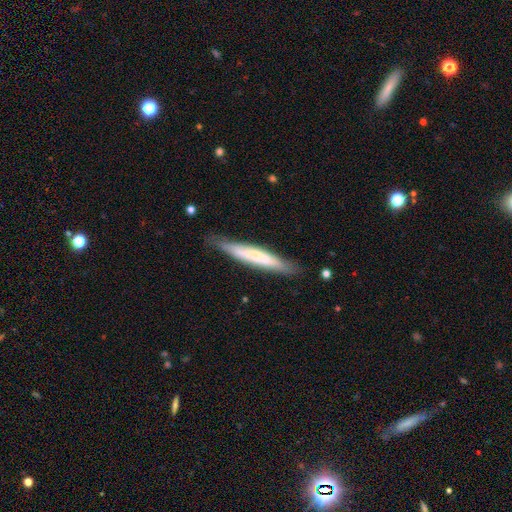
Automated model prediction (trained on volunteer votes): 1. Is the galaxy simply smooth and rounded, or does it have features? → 53% smooth, 41% featured or disk, 6% star or artifact.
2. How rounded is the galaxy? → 93% cigar-shaped, 6% in between, 1% round.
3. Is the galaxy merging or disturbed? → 82% none, 14% minor disturbance, 2% major disturbance, 1% merger.